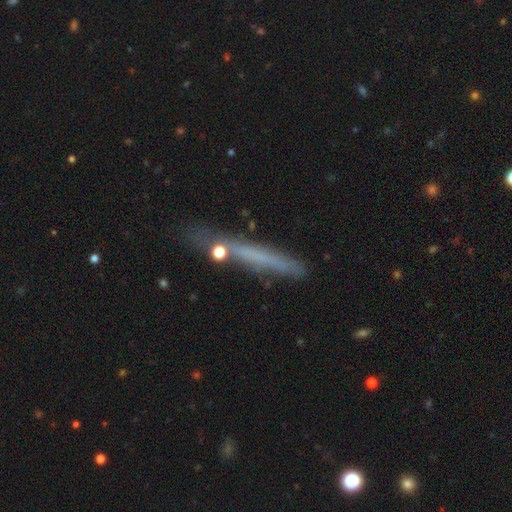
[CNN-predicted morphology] Q: Smooth or featured?
A: smooth (52%); runner-up: featured or disk (38%)
Q: How rounded?
A: cigar-shaped (94%); runner-up: in between (4%)
Q: Merging?
A: none (75%); runner-up: minor disturbance (16%)